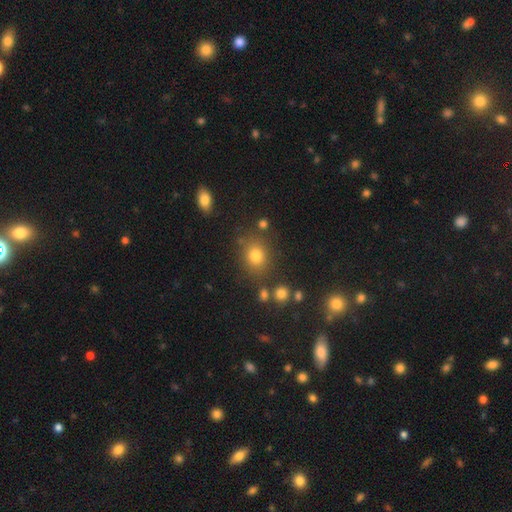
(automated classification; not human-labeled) Smooth or featured?
  - smooth: 75% *
  - star or artifact: 17%
  - featured or disk: 8%
How rounded?
  - round: 67% *
  - in between: 32%
  - cigar-shaped: 1%
Merging?
  - none: 78% *
  - minor disturbance: 11%
  - merger: 6%
  - major disturbance: 4%